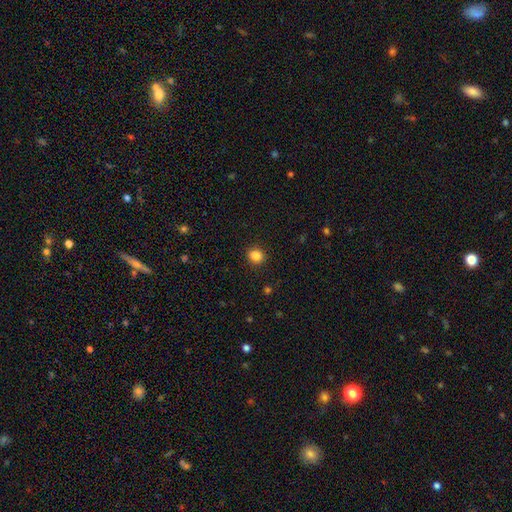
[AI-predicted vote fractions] This is clearly a smooth galaxy (85%). How rounded: likely round (78%). Merging: clearly none (91%).